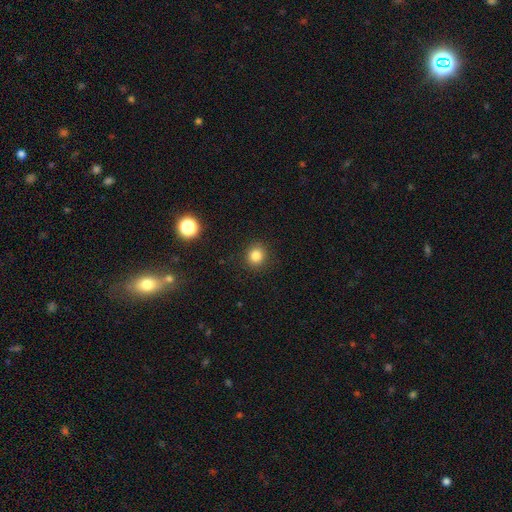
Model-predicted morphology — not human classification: Smooth or featured? smooth (83%)
How rounded? round (87%)
Merging? none (90%)